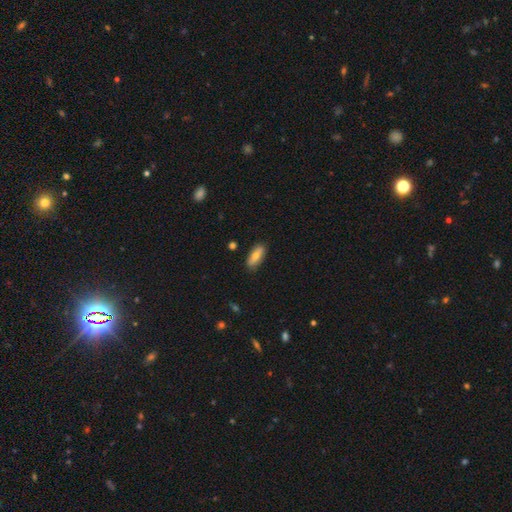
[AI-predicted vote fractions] A smooth galaxy with no disk features (66%) that is in between round and cigar-shaped (73%). Merging: none (85%).